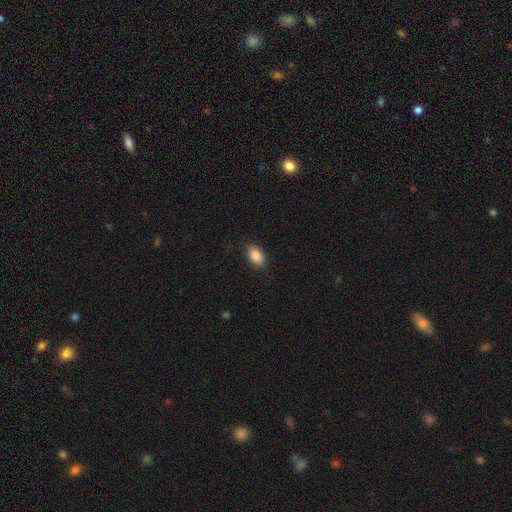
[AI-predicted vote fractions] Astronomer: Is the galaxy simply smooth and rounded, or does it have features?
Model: smooth — 88%.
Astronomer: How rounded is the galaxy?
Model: in between — 91%.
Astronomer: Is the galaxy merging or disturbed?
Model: none — 86%.